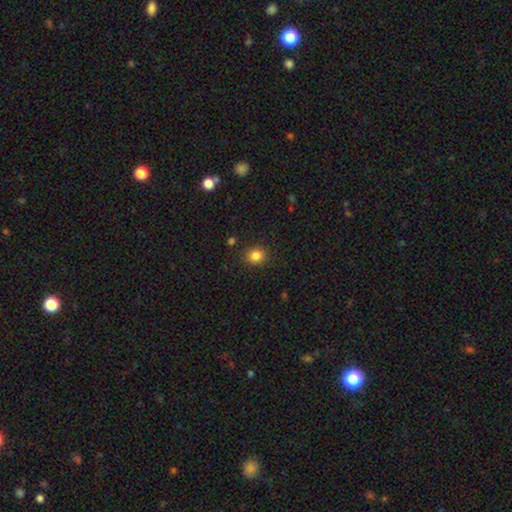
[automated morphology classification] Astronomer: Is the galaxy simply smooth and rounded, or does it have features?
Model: smooth — 84%.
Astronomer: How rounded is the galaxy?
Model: round — 79%.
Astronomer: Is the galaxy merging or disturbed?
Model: none — 88%.